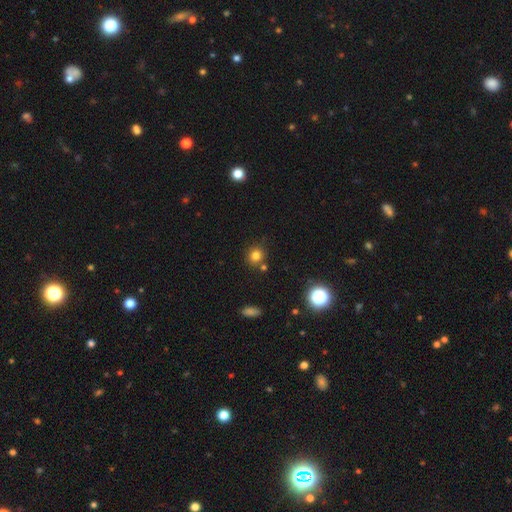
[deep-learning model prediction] Overall: smooth (80%). How rounded: round (87%). Merging: none (77%).